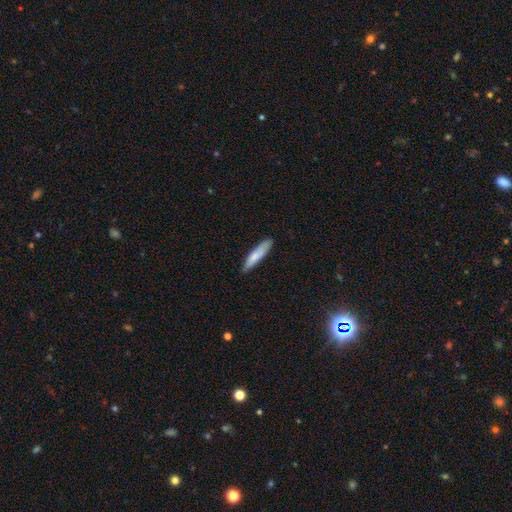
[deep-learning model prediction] smooth_or_featured: smooth (p=0.78) [alt: featured or disk p=0.17]
how_rounded: cigar-shaped (p=0.81) [alt: in between p=0.18]
merging: none (p=0.82) [alt: minor disturbance p=0.14]